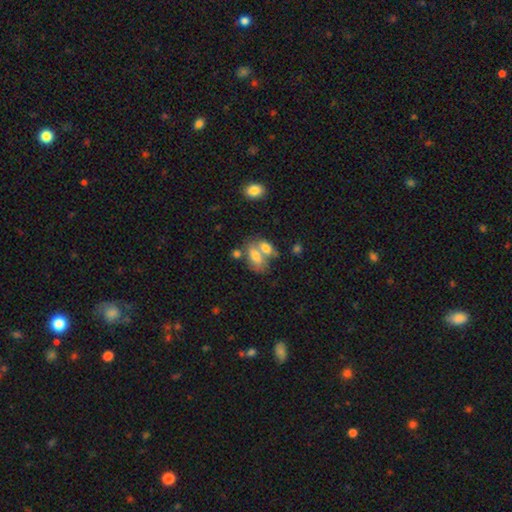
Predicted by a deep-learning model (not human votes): The model was most divided on "merging": merger: 51%, none: 33%, minor disturbance: 11%, major disturbance: 5%. More confident: how rounded — in between (86%); smooth or featured — smooth (71%).